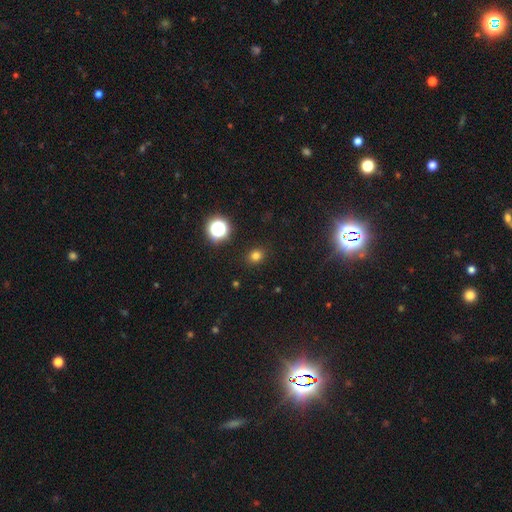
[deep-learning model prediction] Smooth or featured? Predicted: smooth (p=0.76). How rounded? Predicted: round (p=0.64). Merging? Predicted: none (p=0.89).